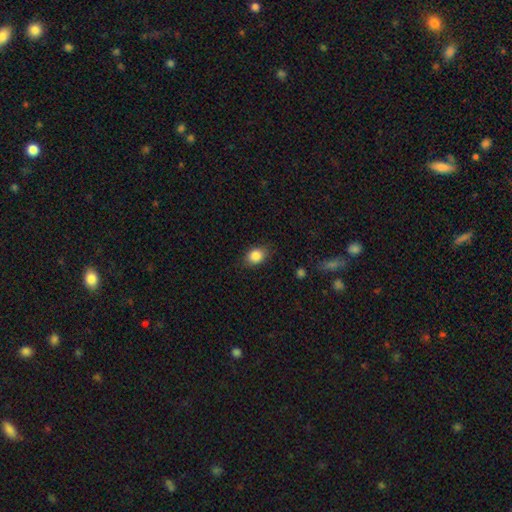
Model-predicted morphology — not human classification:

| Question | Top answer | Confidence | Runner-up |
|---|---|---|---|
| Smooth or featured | smooth | 86% | star or artifact (9%) |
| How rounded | in between | 61% | round (38%) |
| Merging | none | 82% | minor disturbance (14%) |